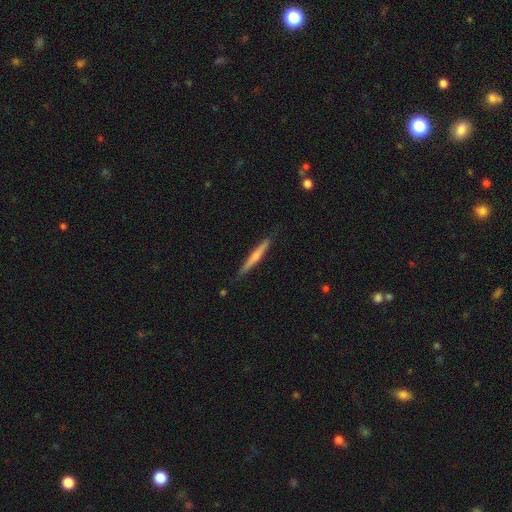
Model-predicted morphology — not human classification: Overall: featured or disk (50%; smooth 45%). Merging: none (87%).